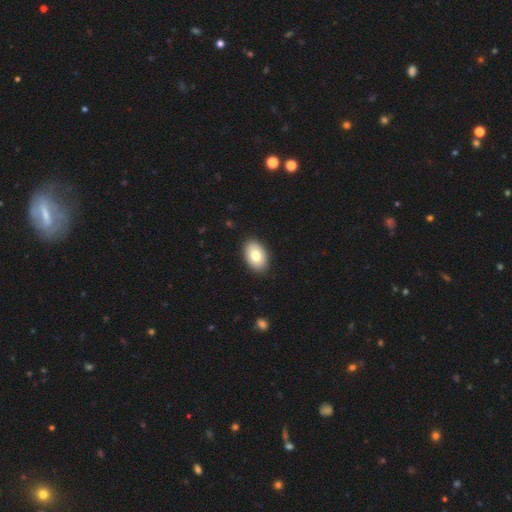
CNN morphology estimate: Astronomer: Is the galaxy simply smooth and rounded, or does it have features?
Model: smooth — 78%.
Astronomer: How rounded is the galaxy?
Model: in between — 90%.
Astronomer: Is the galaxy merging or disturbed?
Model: none — 90%.